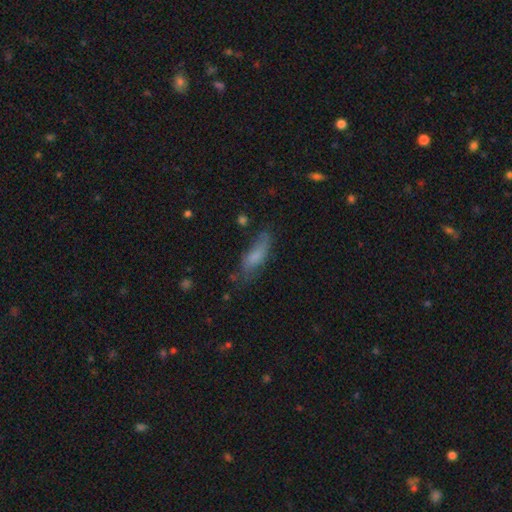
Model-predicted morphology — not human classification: This appears to be a smooth galaxy with no disk features (69%) that is in between round and cigar-shaped (53%). Merging: none (58%).